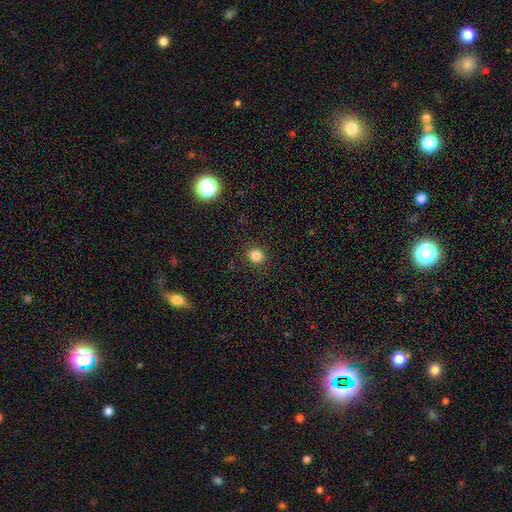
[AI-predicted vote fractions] Smooth or featured? Predicted: smooth (p=0.83). How rounded? Predicted: round (p=0.91). Merging? Predicted: none (p=0.91).